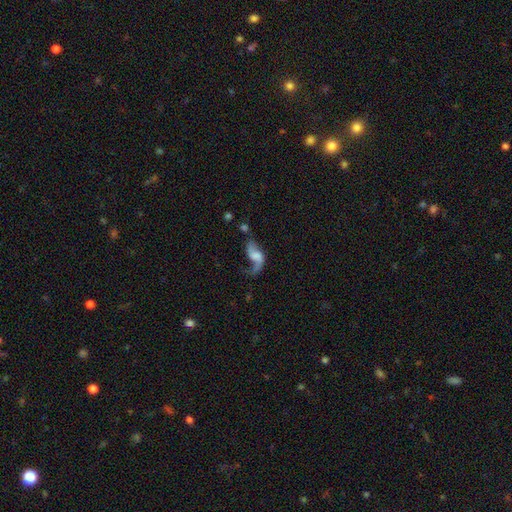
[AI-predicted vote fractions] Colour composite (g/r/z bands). It shows a featured or disk galaxy (71%) with no bar (51%), 2 (71%) loose (84%) spiral arms (87%) and no central bulge (39%). Merging: none (36%).